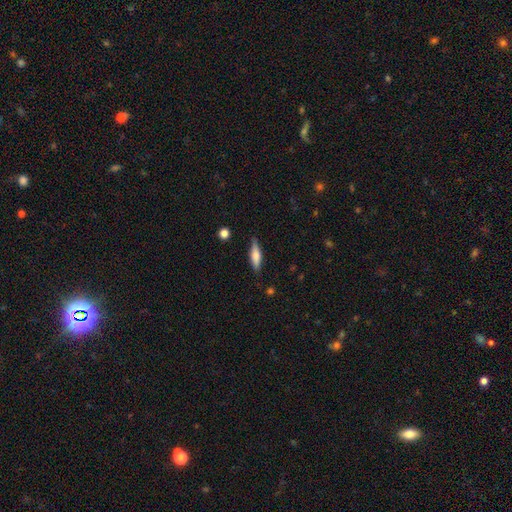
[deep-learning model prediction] A smooth galaxy with no disk features (60%) that is cigar-shaped (64%). Merging: none (84%).